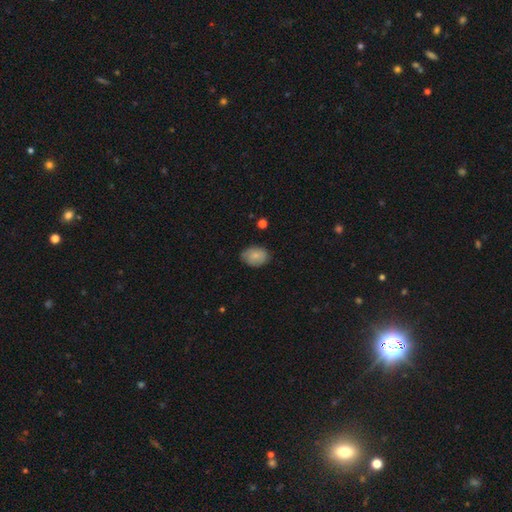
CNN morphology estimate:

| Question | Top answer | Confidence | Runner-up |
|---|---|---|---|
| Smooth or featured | smooth | 81% | featured or disk (12%) |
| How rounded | in between | 74% | round (25%) |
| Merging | none | 78% | minor disturbance (18%) |